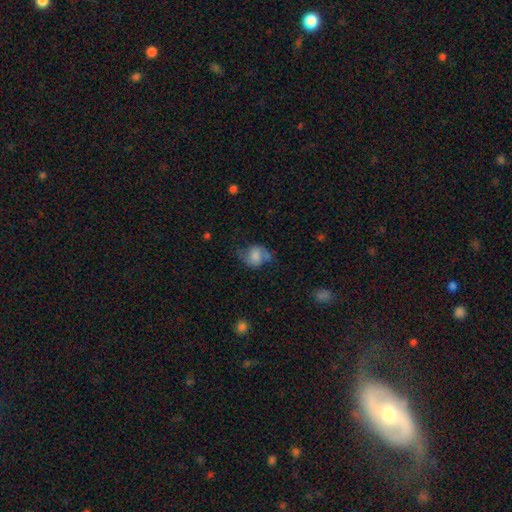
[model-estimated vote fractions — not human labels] smooth-or-featured: smooth: 51% | featured or disk: 40% | star or artifact: 9%
  how-rounded: round: 61% | in between: 38% | cigar-shaped: 1%
  merging: none: 51% | minor disturbance: 28% | major disturbance: 16% | merger: 6%